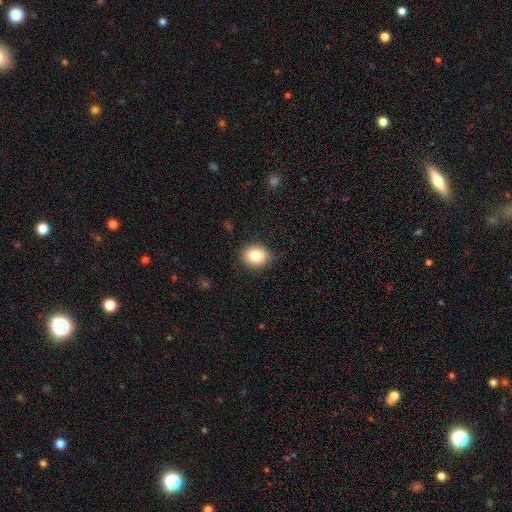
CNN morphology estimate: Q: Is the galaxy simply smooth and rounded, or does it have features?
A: smooth — 84%.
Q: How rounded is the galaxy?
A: round — 56%.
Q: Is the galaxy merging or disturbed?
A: none — 85%.